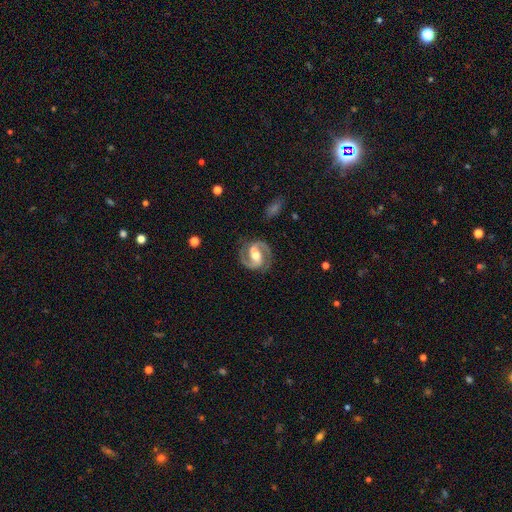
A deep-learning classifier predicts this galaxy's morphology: Smooth or featured? featured or disk (90%)
Edge-on disk? no (98%)
Bar? strong (47%)
Spiral arms? yes (97%)
Spiral winding? medium (59%)
Spiral arm count? 2 (93%)
Bulge size? moderate (64%)
Merging? none (80%)